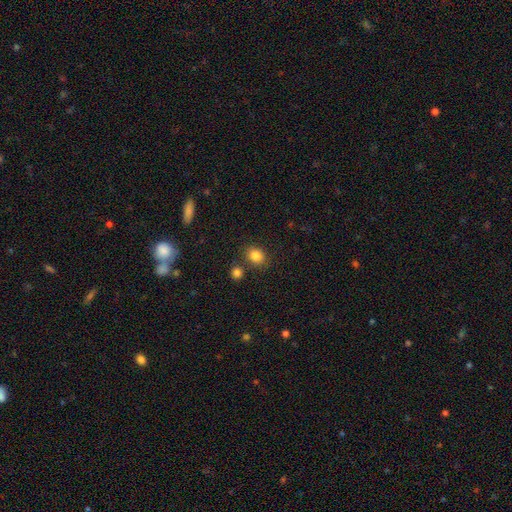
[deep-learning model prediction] Morphology: type=smooth (83%); roundness=round (55%); merging=none (75%).